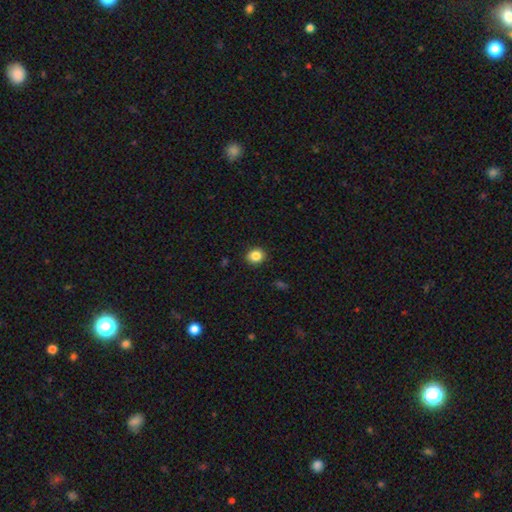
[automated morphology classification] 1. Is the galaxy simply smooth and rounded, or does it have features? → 86% smooth, 10% star or artifact, 4% featured or disk.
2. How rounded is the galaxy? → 75% round, 24% in between, 1% cigar-shaped.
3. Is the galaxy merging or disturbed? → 91% none, 6% minor disturbance, 2% major disturbance, 1% merger.